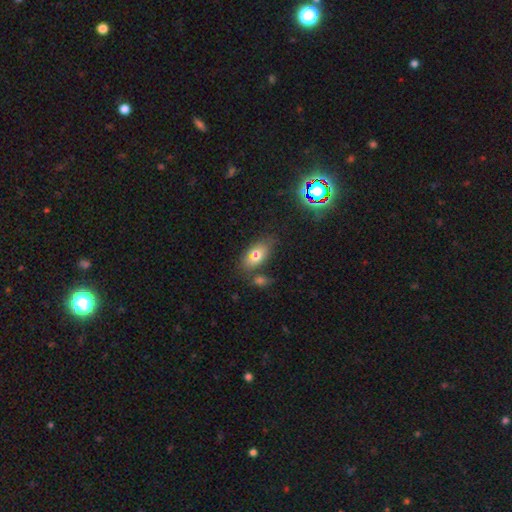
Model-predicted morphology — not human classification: The model was most divided on "merging": none: 59%, minor disturbance: 20%, merger: 14%, major disturbance: 6%. More confident: how rounded — in between (90%); smooth or featured — smooth (76%).